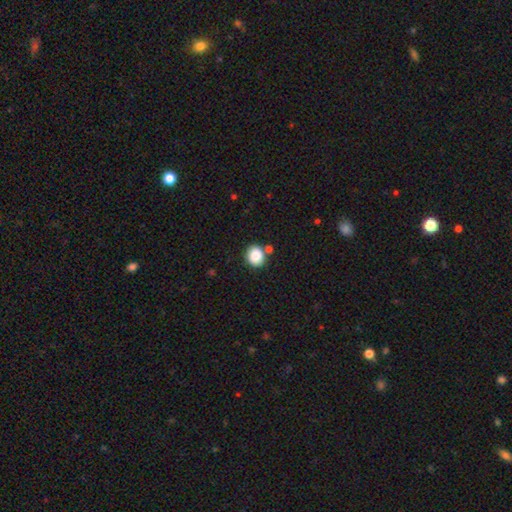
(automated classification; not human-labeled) Morphology: type=smooth (86%); roundness=round (82%); merging=none (76%).